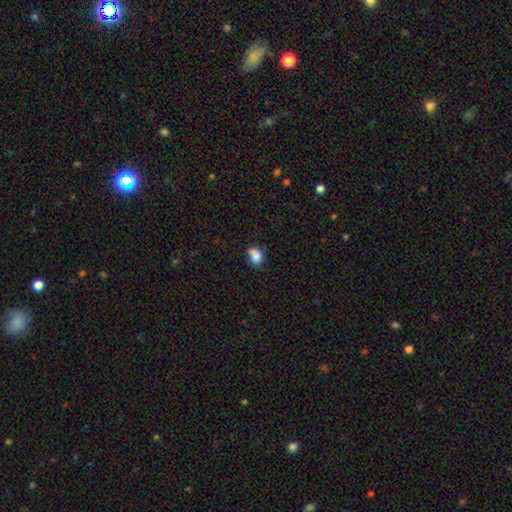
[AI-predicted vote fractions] This appears to be a smooth galaxy with no disk features (81%) that is in between round and cigar-shaped (51%). Merging: none (52%).